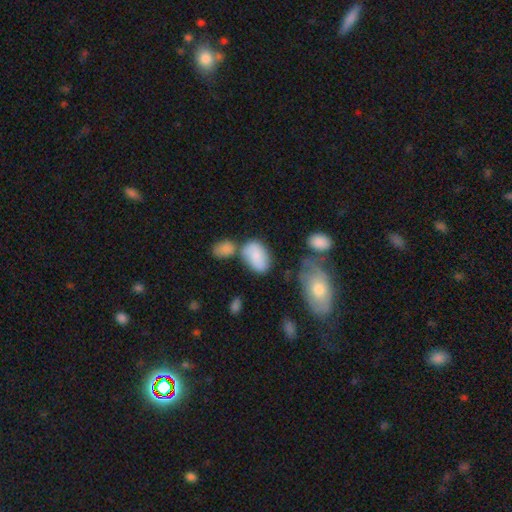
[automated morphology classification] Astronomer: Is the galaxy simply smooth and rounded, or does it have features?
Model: smooth — 78%.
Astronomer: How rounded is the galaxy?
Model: in between — 89%.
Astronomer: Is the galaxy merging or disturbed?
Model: none — 50%.